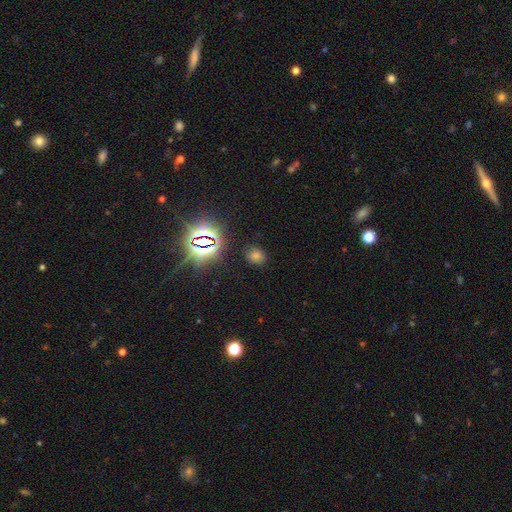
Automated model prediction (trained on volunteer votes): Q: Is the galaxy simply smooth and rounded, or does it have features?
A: star or artifact — 48%.